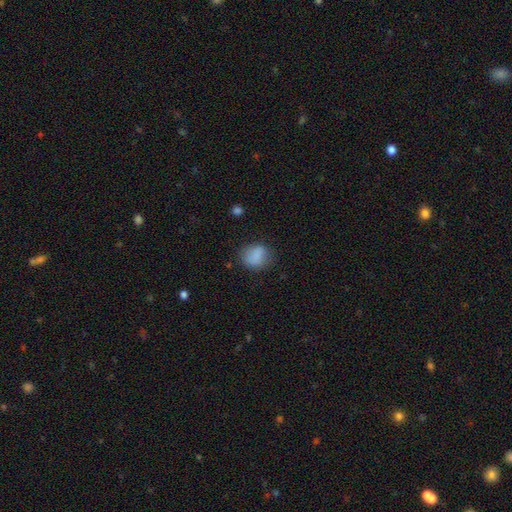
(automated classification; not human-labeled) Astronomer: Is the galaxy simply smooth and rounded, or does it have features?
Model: smooth — 84%.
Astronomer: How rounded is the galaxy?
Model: round — 55% (runner-up: in between, 43%).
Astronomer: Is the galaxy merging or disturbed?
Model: none — 75%.